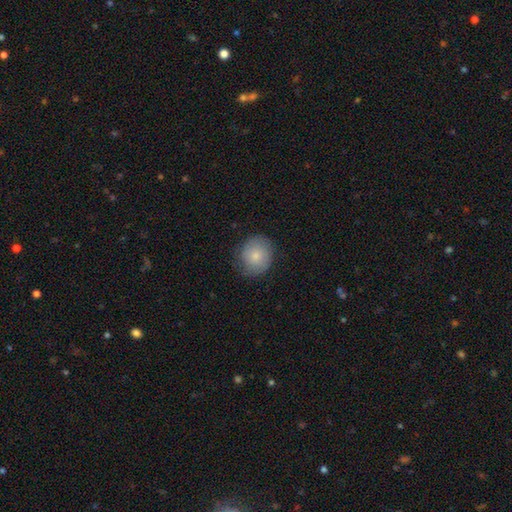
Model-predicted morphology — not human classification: A smooth galaxy with no disk features (77%) that is round (80%).

Vote fractions:
- Smooth or featured? smooth: 77% / featured or disk: 15% / star or artifact: 7%
- How rounded? round: 80% / in between: 20% / cigar-shaped: 1%
- Merging? none: 78% / minor disturbance: 17% / major disturbance: 4% / merger: 1%